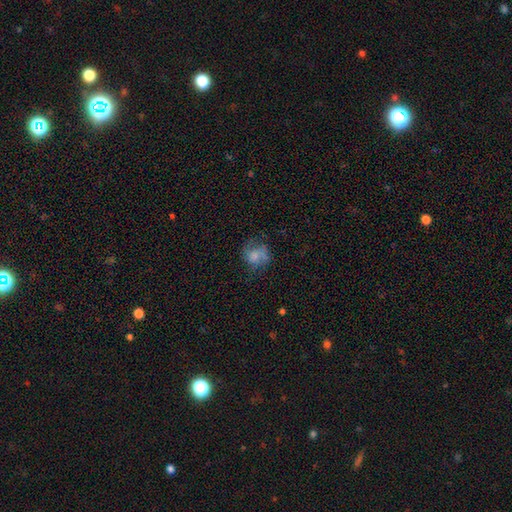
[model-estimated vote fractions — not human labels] A smooth galaxy with no disk features (57%) that is round (71%).

Vote fractions:
- Smooth or featured? smooth: 57% / featured or disk: 32% / star or artifact: 11%
- How rounded? round: 71% / in between: 28% / cigar-shaped: 1%
- Merging? none: 54% / minor disturbance: 24% / major disturbance: 20% / merger: 2%